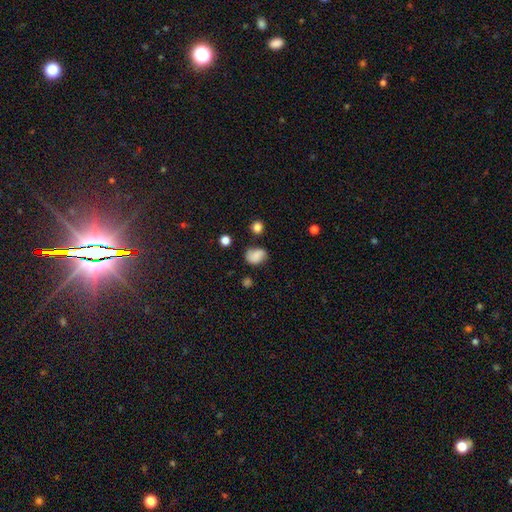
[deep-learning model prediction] Overall: smooth (77%). How rounded: in between (62%; round 37%). Merging: none (59%; minor disturbance 26%).